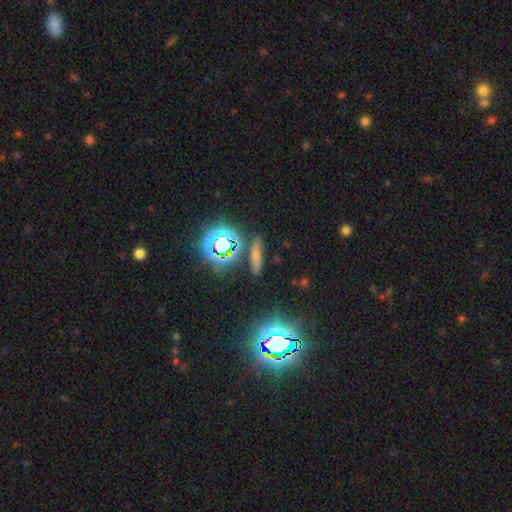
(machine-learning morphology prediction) Overall: smooth (54%; star or artifact 32%). How rounded: cigar-shaped (70%). Merging: none (82%).